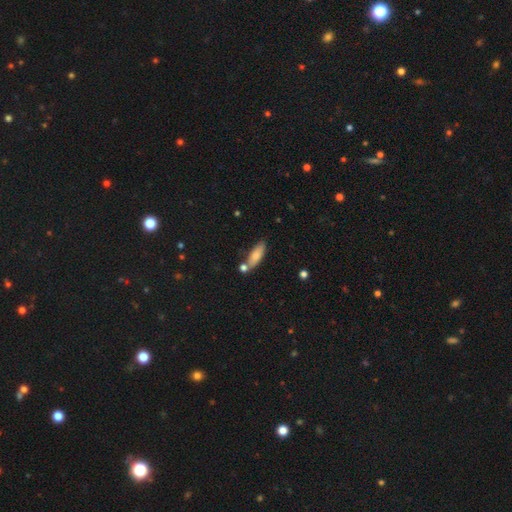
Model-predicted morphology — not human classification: Smooth or featured? Predicted: smooth (p=0.75). How rounded? Predicted: in between (p=0.60). Merging? Predicted: none (p=0.65).